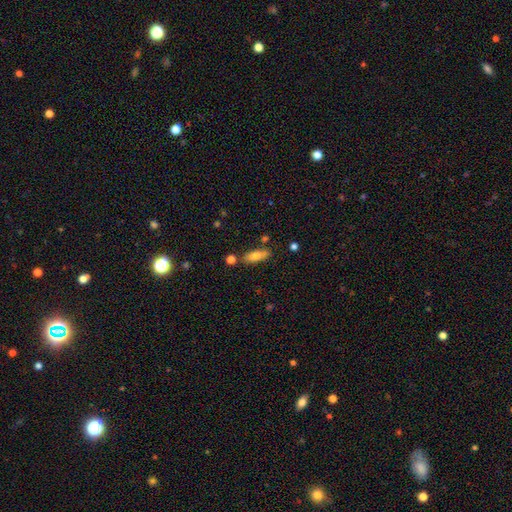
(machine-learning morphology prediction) smooth 79%, featured or disk 14%, star or artifact 8%. Down the decision tree: how rounded — in between (65%); merging — none (75%).